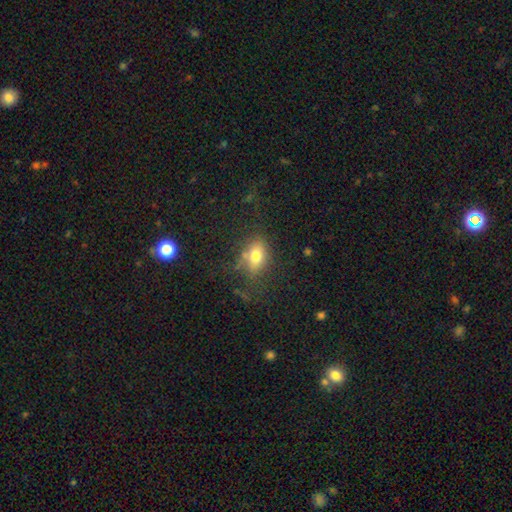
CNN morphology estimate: type=smooth (73%); roundness=in between (74%); merging=none (69%).